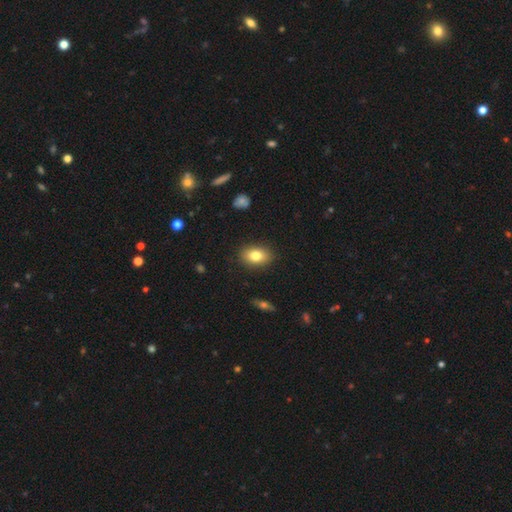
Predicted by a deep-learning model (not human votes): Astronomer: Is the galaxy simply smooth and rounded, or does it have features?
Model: smooth — 80%.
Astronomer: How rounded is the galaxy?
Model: in between — 83%.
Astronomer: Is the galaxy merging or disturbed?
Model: none — 87%.